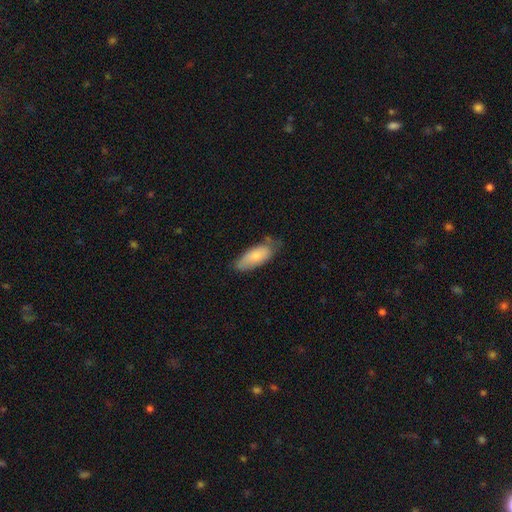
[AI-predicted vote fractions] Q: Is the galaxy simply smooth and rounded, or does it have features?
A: smooth — 79%.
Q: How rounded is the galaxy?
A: in between — 80%.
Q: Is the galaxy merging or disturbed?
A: none — 59%.